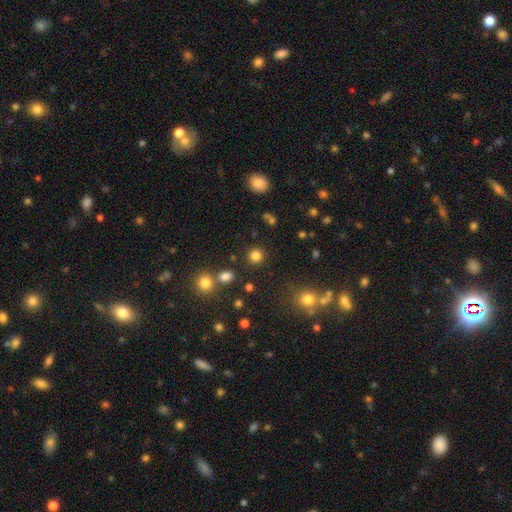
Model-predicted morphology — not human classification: The model was most divided on "smooth or featured": smooth: 82%, star or artifact: 14%, featured or disk: 4%. More confident: how rounded — round (91%); merging — none (86%).